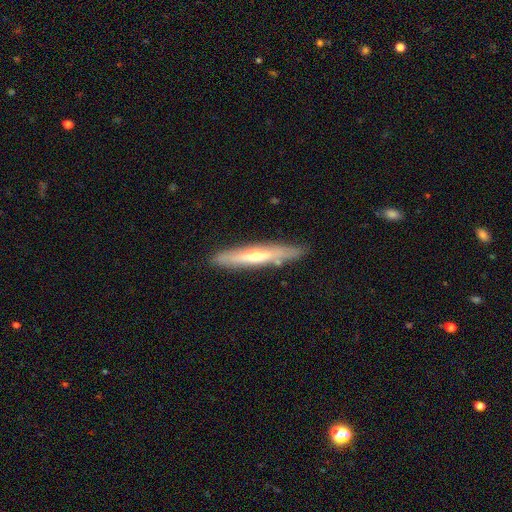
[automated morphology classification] Smooth or featured? featured or disk (59%)
Edge-on disk? yes (83%)
Merging? none (83%)